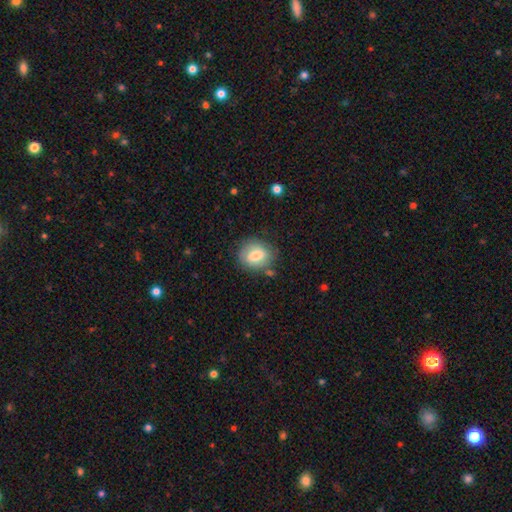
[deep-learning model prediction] This is likely a smooth galaxy (75%). How rounded: possibly round (52%). Merging: likely none (76%).